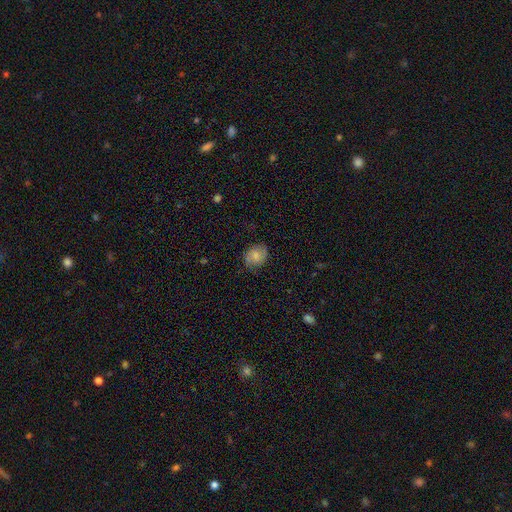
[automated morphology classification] smooth_or_featured: smooth (p=0.54) [alt: featured or disk p=0.37]
how_rounded: round (p=0.56) [alt: in between p=0.43]
merging: none (p=0.74) [alt: minor disturbance p=0.19]